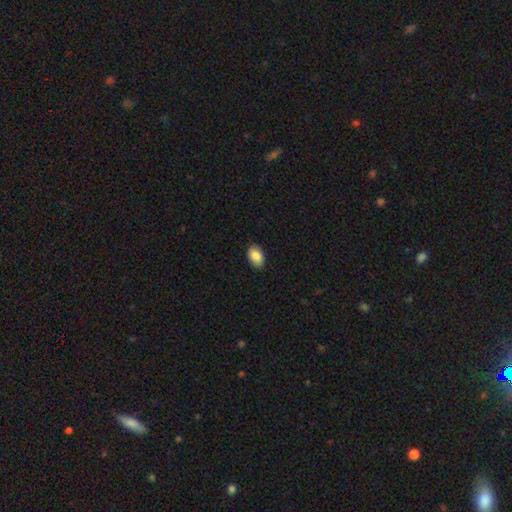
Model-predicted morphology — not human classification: A smooth galaxy with no disk features (87%) that is in between round and cigar-shaped (87%). Merging: none (88%).